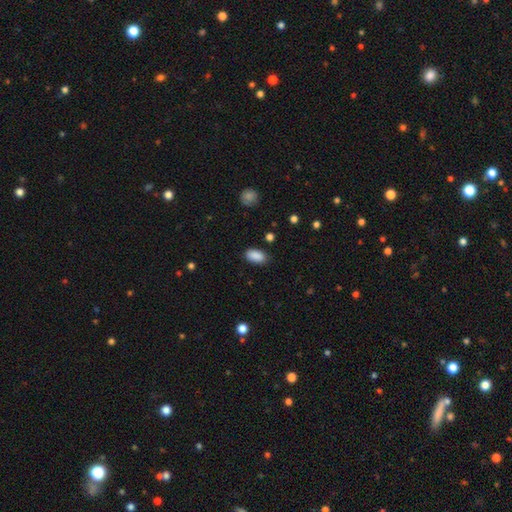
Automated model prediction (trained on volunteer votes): This appears to be a smooth galaxy with no disk features (89%) that is in between round and cigar-shaped (93%). Merging: none (86%).